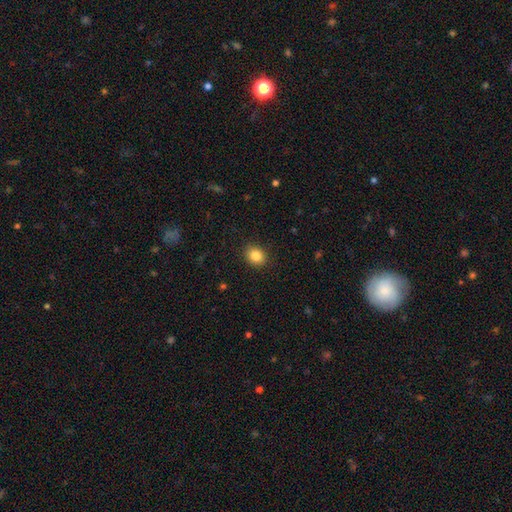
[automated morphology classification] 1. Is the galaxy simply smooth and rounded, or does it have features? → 85% smooth, 10% star or artifact, 6% featured or disk.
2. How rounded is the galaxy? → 60% round, 39% in between, 1% cigar-shaped.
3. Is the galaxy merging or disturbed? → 89% none, 8% minor disturbance, 2% major disturbance, 1% merger.